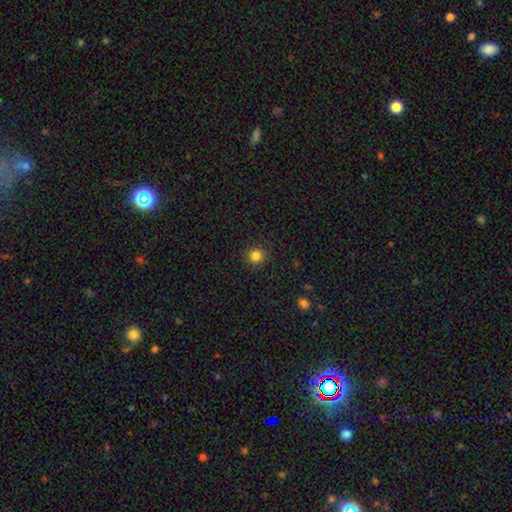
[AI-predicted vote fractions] Overall: smooth (84%). How rounded: round (94%). Merging: none (92%).